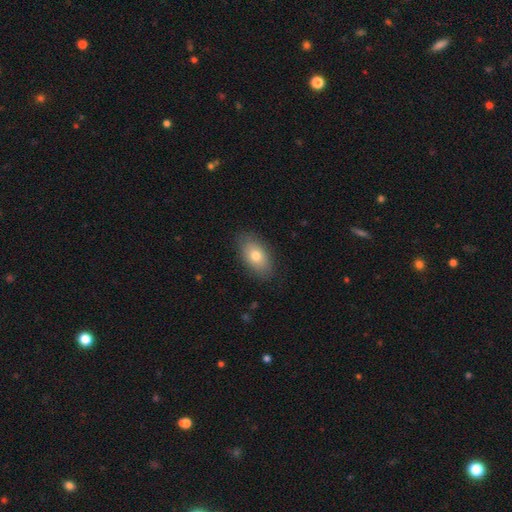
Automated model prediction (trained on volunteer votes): Morphology: type=smooth (76%); roundness=in between (91%); merging=none (85%).